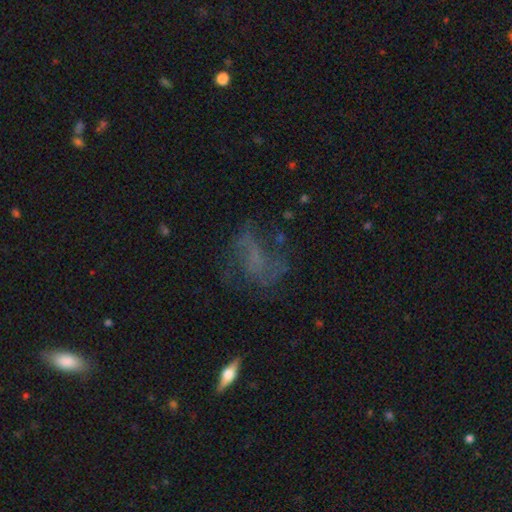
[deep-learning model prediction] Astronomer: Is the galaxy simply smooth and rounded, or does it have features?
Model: featured or disk — 48% (runner-up: star or artifact, 27%).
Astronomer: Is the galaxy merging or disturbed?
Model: none — 53%.